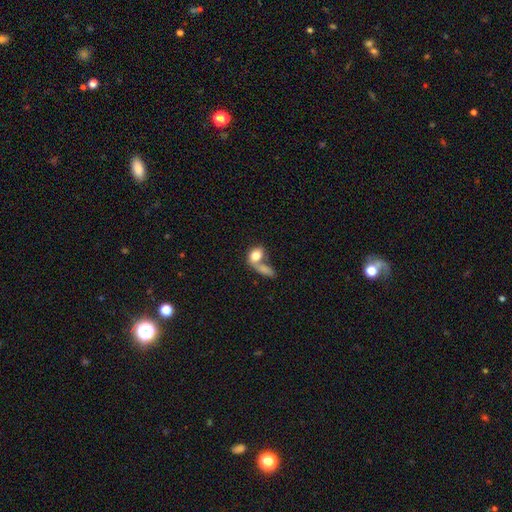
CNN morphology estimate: Smooth or featured? smooth (77%)
How rounded? in between (72%)
Merging? merger (60%)